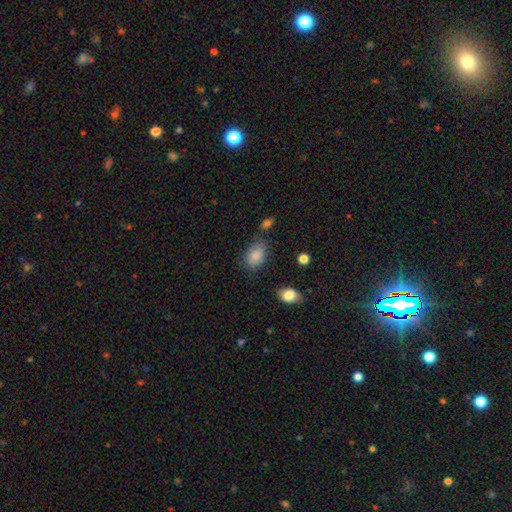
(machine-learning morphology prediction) Smooth or featured?
  - smooth: 85% *
  - star or artifact: 8%
  - featured or disk: 7%
How rounded?
  - in between: 86% *
  - round: 12%
  - cigar-shaped: 1%
Merging?
  - none: 70% *
  - minor disturbance: 21%
  - major disturbance: 5%
  - merger: 4%